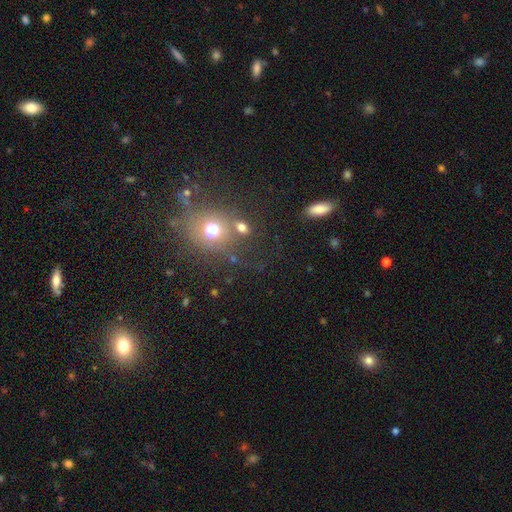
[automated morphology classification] type=smooth (46%); merging=none (68%).